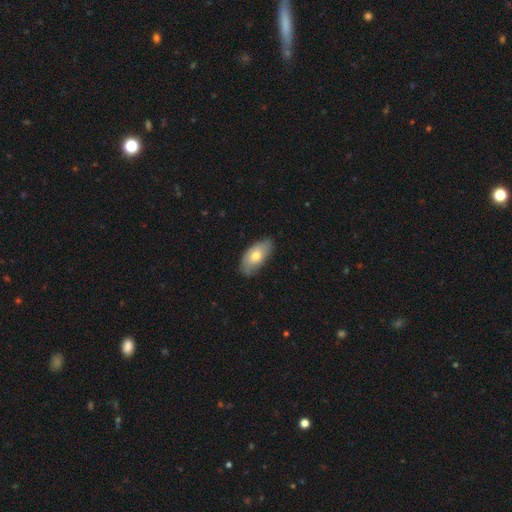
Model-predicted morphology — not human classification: The model was most divided on "smooth or featured": smooth: 66%, featured or disk: 27%, star or artifact: 6%. More confident: how rounded — in between (92%); merging — none (77%).